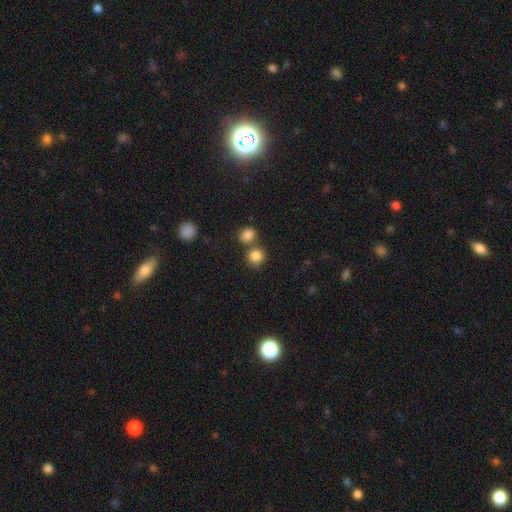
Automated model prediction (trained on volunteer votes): Overall: smooth (85%). How rounded: round (88%). Merging: none (61%; merger 28%).